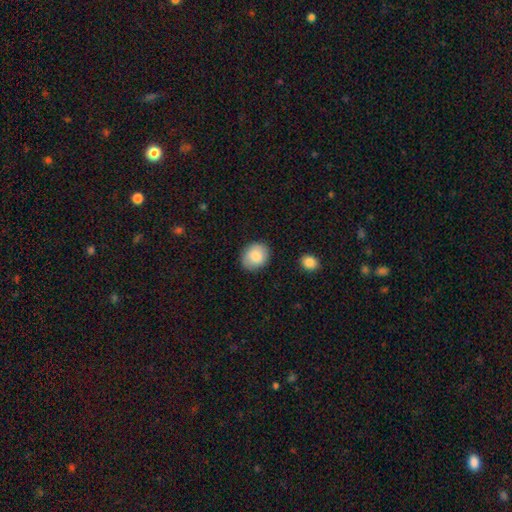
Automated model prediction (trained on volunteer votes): Smooth or featured?
  - smooth: 85% *
  - featured or disk: 8%
  - star or artifact: 7%
How rounded?
  - round: 56% *
  - in between: 43%
  - cigar-shaped: 1%
Merging?
  - none: 84% *
  - minor disturbance: 12%
  - major disturbance: 3%
  - merger: 2%